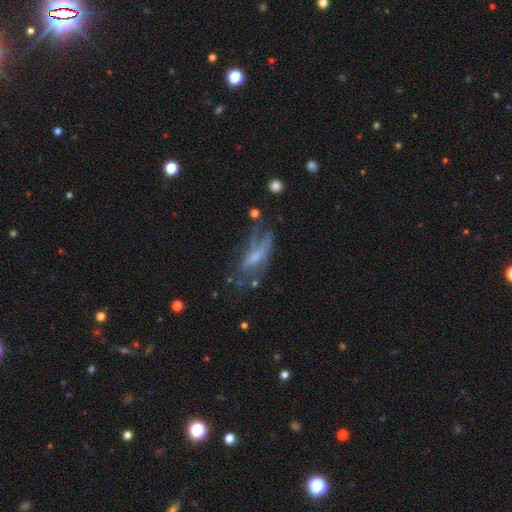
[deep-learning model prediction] Smooth or featured: featured or disk — 56% (smooth — 33%)
Edge-on disk: no — 74% (yes — 26%)
Merging: major disturbance — 36% (none — 34%)